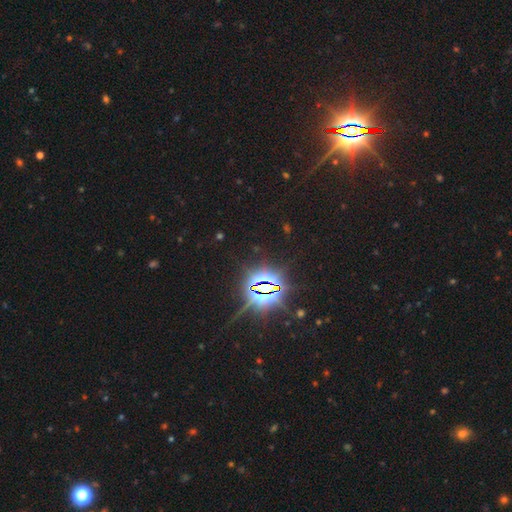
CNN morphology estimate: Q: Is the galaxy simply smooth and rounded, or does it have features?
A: star or artifact — 87%.